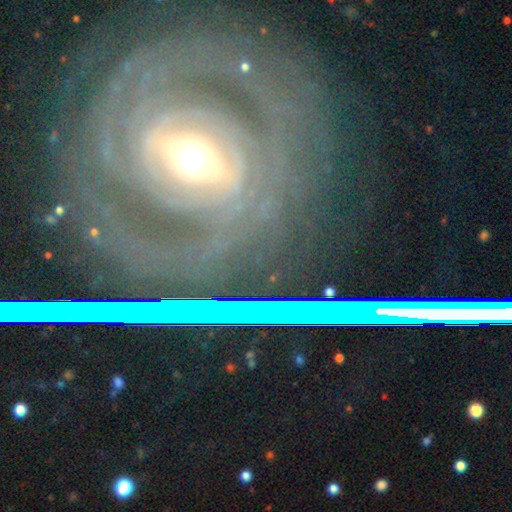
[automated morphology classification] A featured or disk galaxy (80%) with a strong bar (43%), 2 (42%) tight (68%) spiral arms (85%) and a moderate central bulge (64%).

Vote fractions:
- Smooth or featured? featured or disk: 80% / star or artifact: 11% / smooth: 9%
- Edge-on disk? no: 92% / yes: 8%
- Bar? strong: 43% / weak: 34% / no: 23%
- Spiral arms? yes: 85% / no: 15%
- Spiral winding? tight: 68% / medium: 25% / loose: 7%
- Spiral arm count? 2: 42% / can't tell: 25% / 3: 12% / more than 4: 8% / 4: 7% / 1: 6%
- Bulge size? moderate: 64% / small: 25% / large: 8% / dominant: 2% / none: 1%
- Merging? none: 75% / minor disturbance: 13% / major disturbance: 9% / merger: 2%